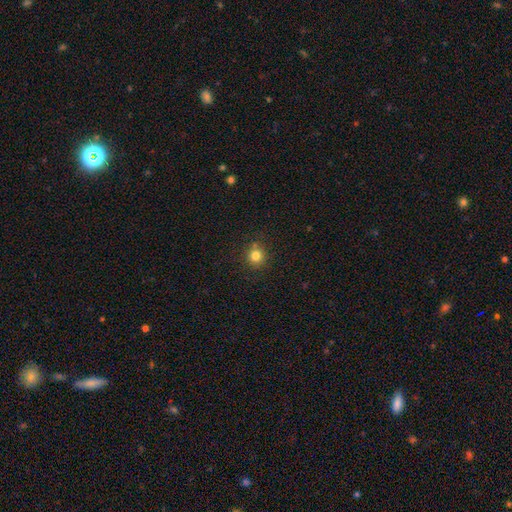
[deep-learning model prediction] Q: Smooth or featured?
A: smooth (81%); runner-up: star or artifact (13%)
Q: How rounded?
A: round (90%); runner-up: in between (9%)
Q: Merging?
A: none (82%); runner-up: minor disturbance (10%)